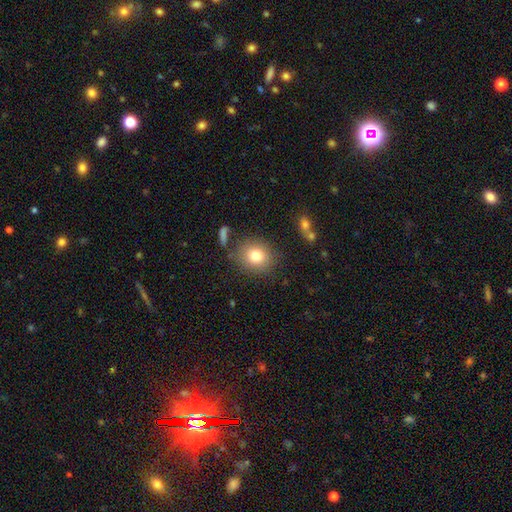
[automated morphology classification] smooth_or_featured: smooth (p=0.78) [alt: star or artifact p=0.11]
how_rounded: round (p=0.77) [alt: in between p=0.22]
merging: none (p=0.80) [alt: minor disturbance p=0.11]